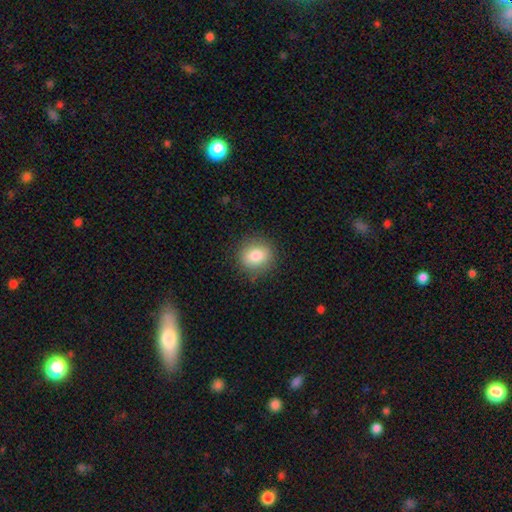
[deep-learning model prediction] A smooth galaxy with no disk features (84%) that is round (77%).

Vote fractions:
- Smooth or featured? smooth: 84% / star or artifact: 9% / featured or disk: 7%
- How rounded? round: 77% / in between: 22% / cigar-shaped: 1%
- Merging? none: 86% / minor disturbance: 10% / major disturbance: 3% / merger: 1%